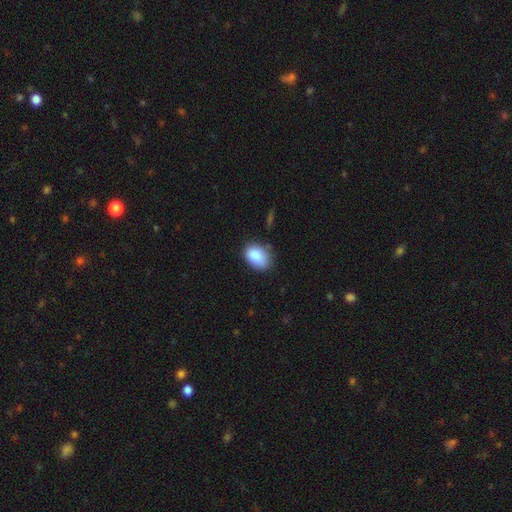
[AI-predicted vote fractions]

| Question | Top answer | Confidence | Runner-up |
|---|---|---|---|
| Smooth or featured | smooth | 86% | star or artifact (8%) |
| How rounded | in between | 85% | round (14%) |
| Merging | none | 71% | minor disturbance (22%) |